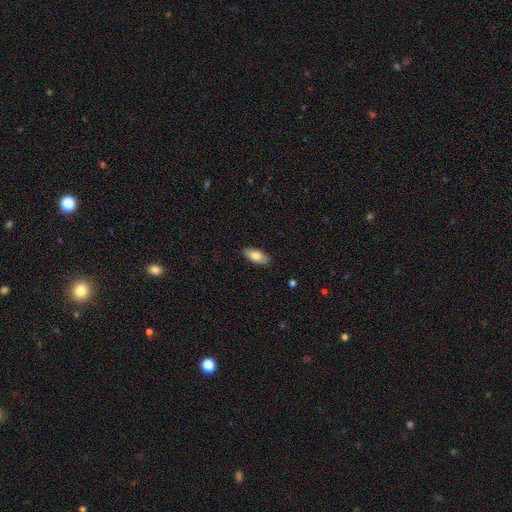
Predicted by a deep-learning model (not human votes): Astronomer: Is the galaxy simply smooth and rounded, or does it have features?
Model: smooth — 78%.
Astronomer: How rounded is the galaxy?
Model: in between — 88%.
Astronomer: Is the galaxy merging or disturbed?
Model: none — 86%.